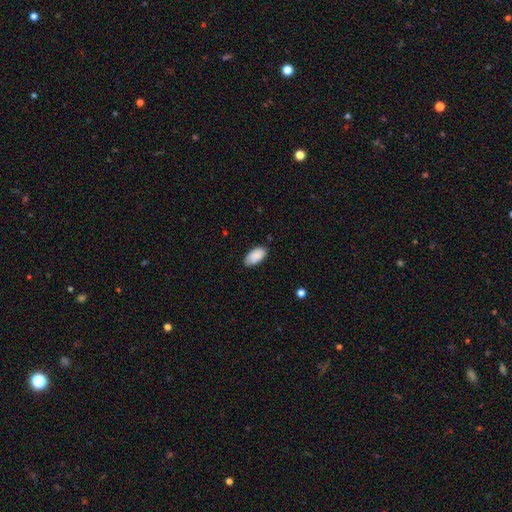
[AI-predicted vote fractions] smooth 88%, star or artifact 6%, featured or disk 6%. Down the decision tree: how rounded — in between (95%); merging — none (79%).